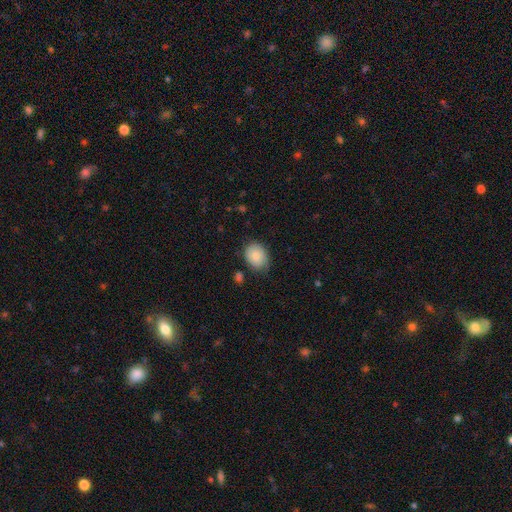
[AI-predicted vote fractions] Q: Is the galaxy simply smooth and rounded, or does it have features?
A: smooth — 81%.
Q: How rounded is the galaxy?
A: in between — 61%.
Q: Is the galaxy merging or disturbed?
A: none — 67%.